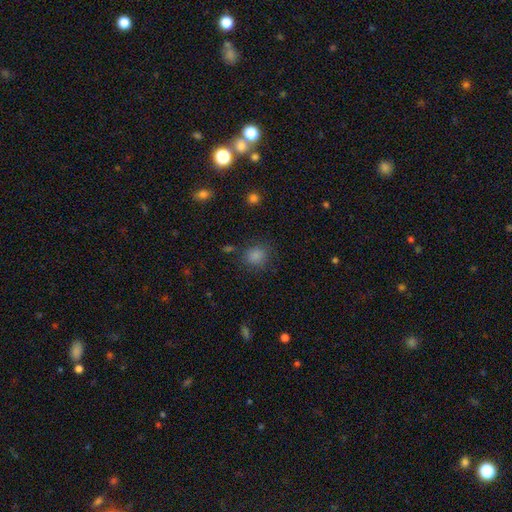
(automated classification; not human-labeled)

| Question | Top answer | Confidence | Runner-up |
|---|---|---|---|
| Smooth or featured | smooth | 83% | star or artifact (13%) |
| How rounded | round | 82% | in between (17%) |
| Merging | none | 79% | minor disturbance (13%) |